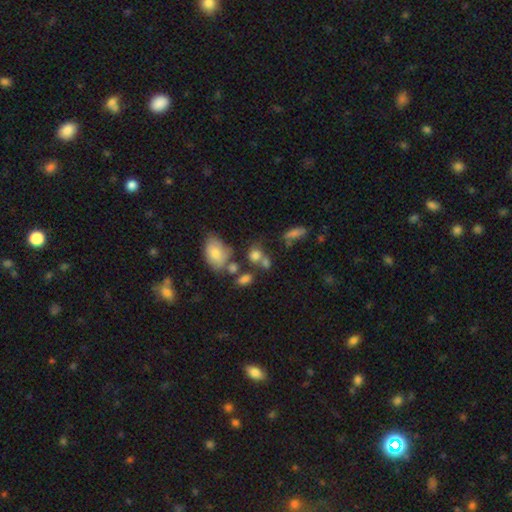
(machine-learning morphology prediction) A smooth galaxy with no disk features (74%) that is round (53%). Merging: none (43%).